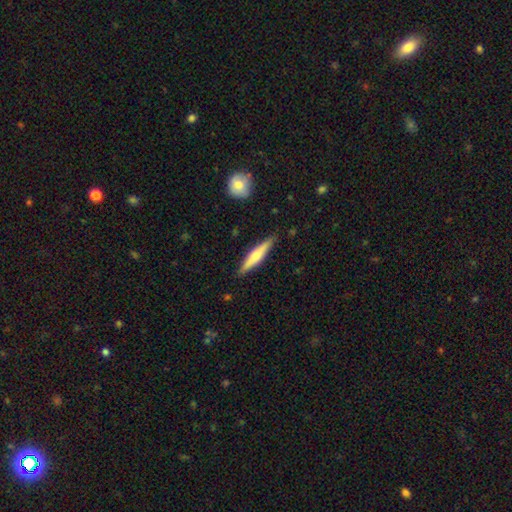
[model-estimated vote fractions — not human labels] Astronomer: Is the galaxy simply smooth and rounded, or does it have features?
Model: smooth — 48% (runner-up: featured or disk, 47%).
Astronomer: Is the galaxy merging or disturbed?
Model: none — 89%.